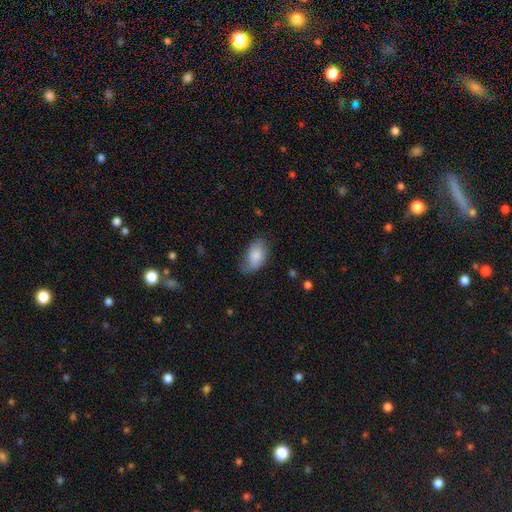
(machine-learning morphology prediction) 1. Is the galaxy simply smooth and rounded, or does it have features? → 81% smooth, 13% featured or disk, 7% star or artifact.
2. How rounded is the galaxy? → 92% in between, 6% round, 1% cigar-shaped.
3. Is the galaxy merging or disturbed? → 52% none, 34% minor disturbance, 12% major disturbance, 2% merger.